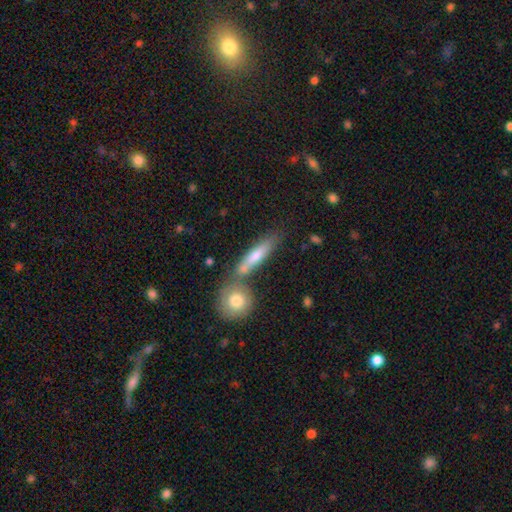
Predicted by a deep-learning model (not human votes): This is likely a smooth galaxy (67%). How rounded: likely cigar-shaped (75%). Merging: possibly none (59%).